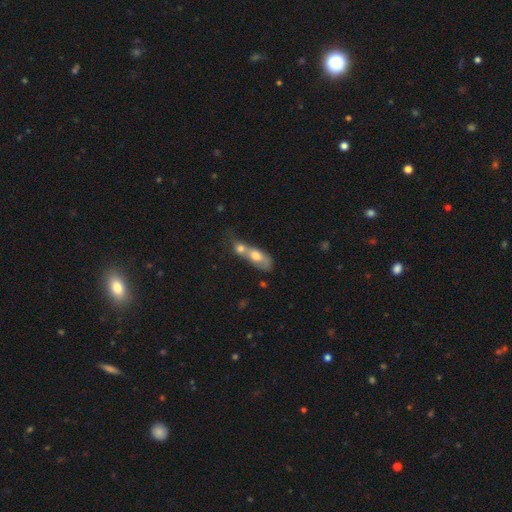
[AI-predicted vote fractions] Smooth or featured? Predicted: smooth (p=0.62). How rounded? Predicted: in between (p=0.68). Merging? Predicted: merger (p=0.75).